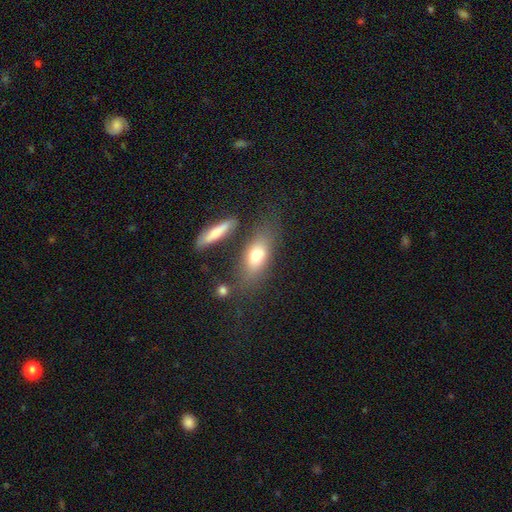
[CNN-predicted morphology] Smooth or featured? Predicted: smooth (p=0.72). How rounded? Predicted: in between (p=0.72). Merging? Predicted: none (p=0.64).